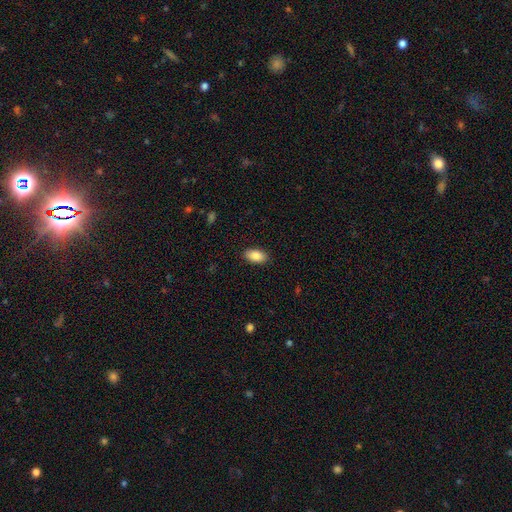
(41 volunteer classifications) Smooth or featured? smooth (95%)
How rounded? in between (82%)
Merging? none (92%)